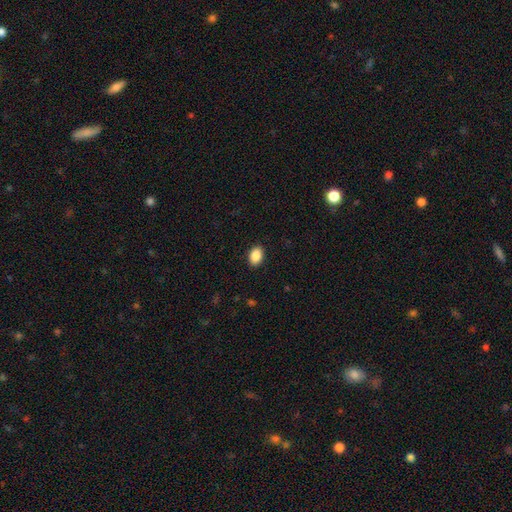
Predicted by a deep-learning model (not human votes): smooth_or_featured: smooth (p=0.89) [alt: star or artifact p=0.08]
how_rounded: in between (p=0.84) [alt: round p=0.15]
merging: none (p=0.90) [alt: minor disturbance p=0.07]